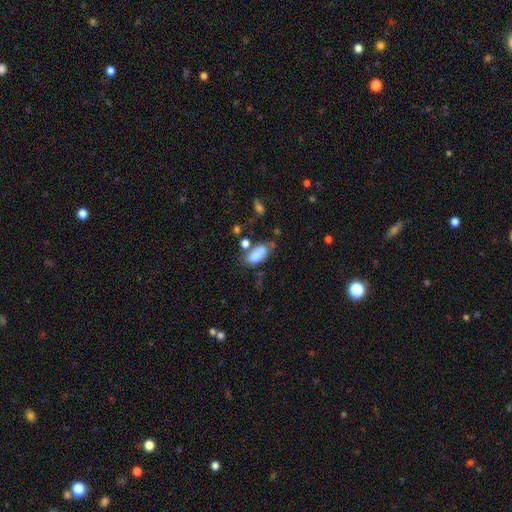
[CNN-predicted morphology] type=smooth (82%); roundness=in between (90%); merging=none (50%).